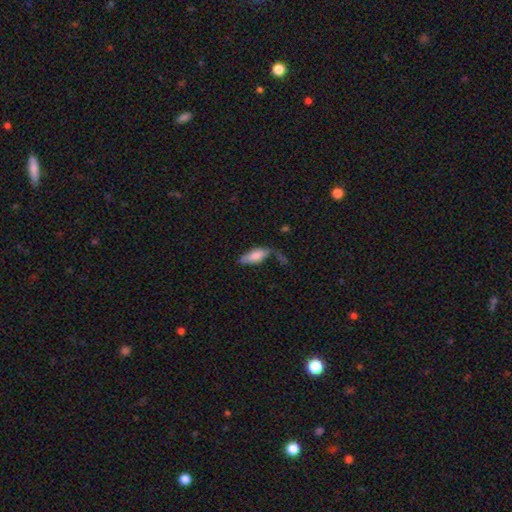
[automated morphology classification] A smooth galaxy with no disk features (76%) that is in between round and cigar-shaped (75%). Merging: none (47%).